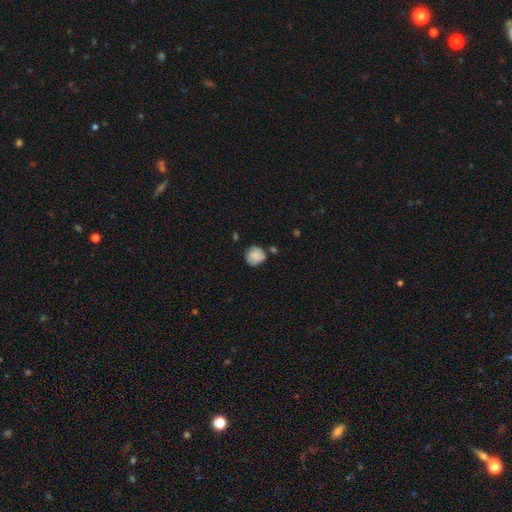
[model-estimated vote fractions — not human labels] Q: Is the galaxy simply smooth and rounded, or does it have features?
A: smooth — 73%.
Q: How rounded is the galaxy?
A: round — 84%.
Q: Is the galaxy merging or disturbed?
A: none — 60%.